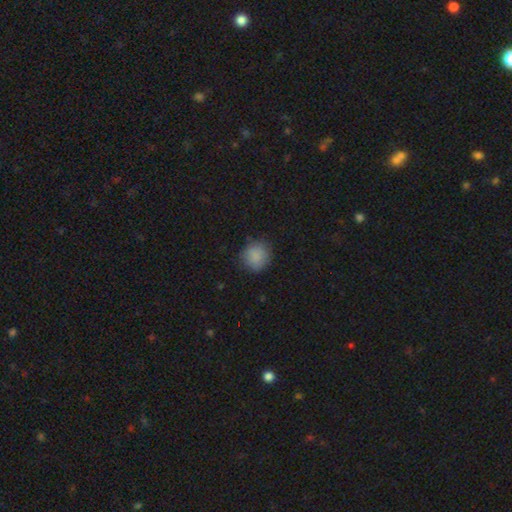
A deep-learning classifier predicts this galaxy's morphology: This is clearly a smooth galaxy (85%). How rounded: clearly round (88%). Merging: clearly none (81%).